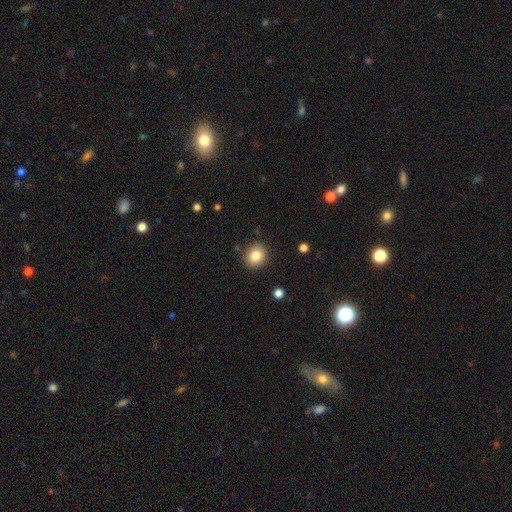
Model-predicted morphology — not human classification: A smooth galaxy with no disk features (82%) that is round (78%). Merging: none (89%).